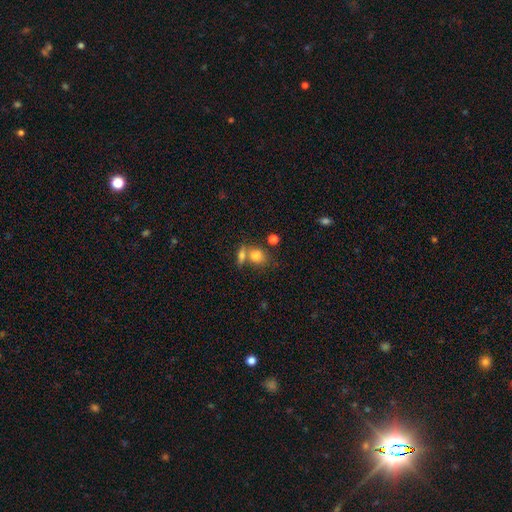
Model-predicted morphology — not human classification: Smooth or featured?
  - smooth: 79% *
  - featured or disk: 11%
  - star or artifact: 10%
How rounded?
  - round: 50% *
  - in between: 48%
  - cigar-shaped: 3%
Merging?
  - none: 46% *
  - merger: 38%
  - minor disturbance: 11%
  - major disturbance: 5%